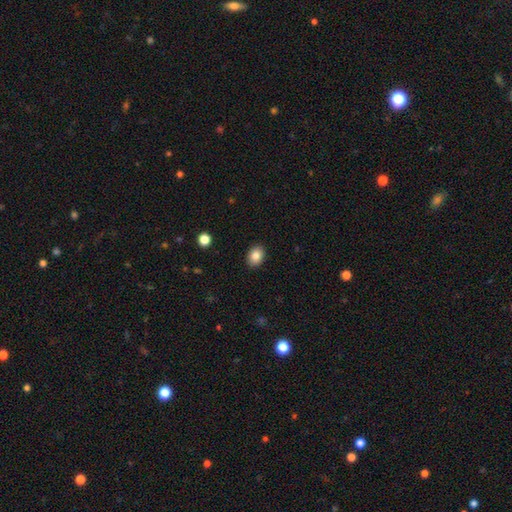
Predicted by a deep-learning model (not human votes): A smooth galaxy with no disk features (86%) that is in between round and cigar-shaped (69%). Merging: none (90%).